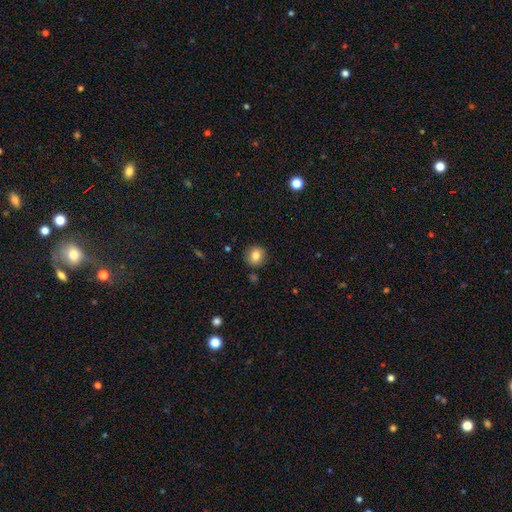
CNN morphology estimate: Overall: smooth (82%). How rounded: round (82%). Merging: none (86%).